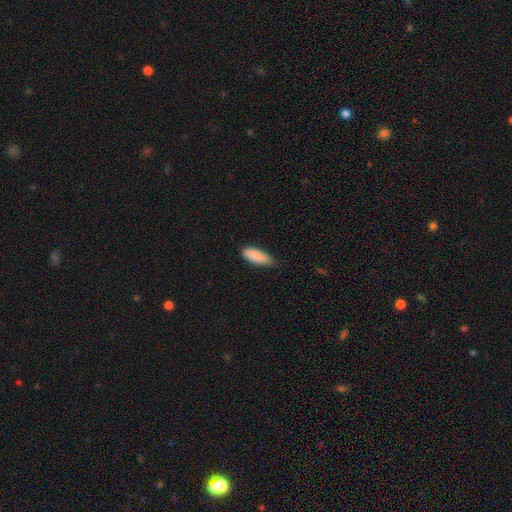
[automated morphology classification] This appears to be a smooth galaxy with no disk features (89%) that is in between round and cigar-shaped (67%). Merging: none (73%).